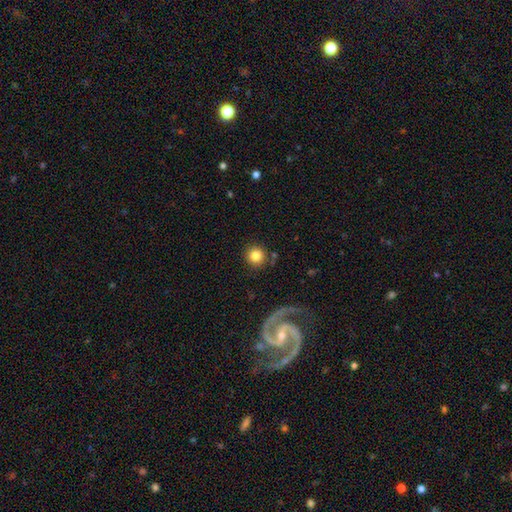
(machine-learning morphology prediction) A smooth galaxy with no disk features (82%) that is round (95%).

Vote fractions:
- Smooth or featured? smooth: 82% / star or artifact: 9% / featured or disk: 8%
- How rounded? round: 95% / in between: 4% / cigar-shaped: 1%
- Merging? none: 88% / minor disturbance: 6% / merger: 3% / major disturbance: 3%